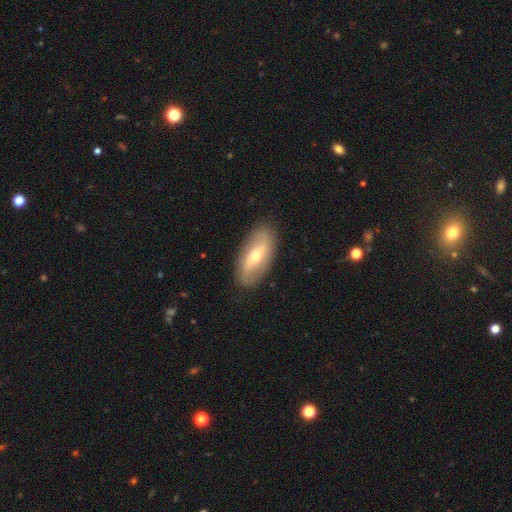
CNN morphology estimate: Smooth or featured? featured or disk (62%)
Edge-on disk? no (87%)
Bar? no (37%)
Spiral arms? yes (69%)
Bulge size? small (54%)
Merging? none (86%)